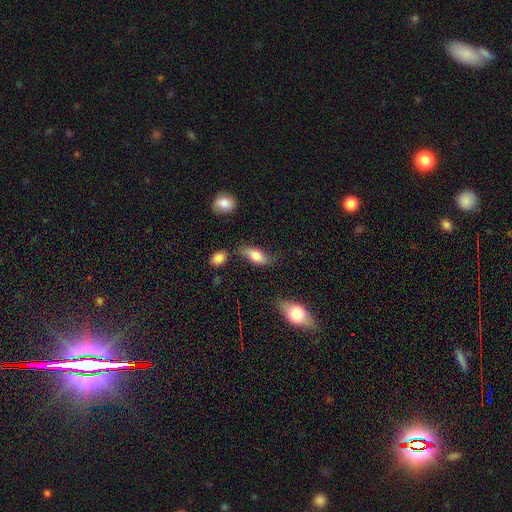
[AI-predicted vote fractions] Smooth or featured? smooth (69%)
How rounded? in between (82%)
Merging? none (62%)